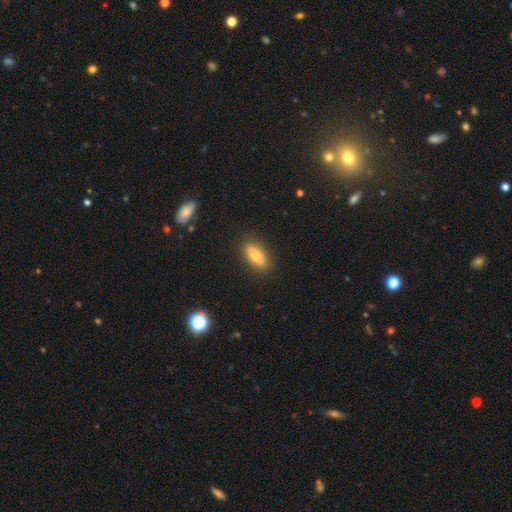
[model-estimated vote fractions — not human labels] Smooth or featured? Predicted: smooth (p=0.71). How rounded? Predicted: in between (p=0.76). Merging? Predicted: none (p=0.87).